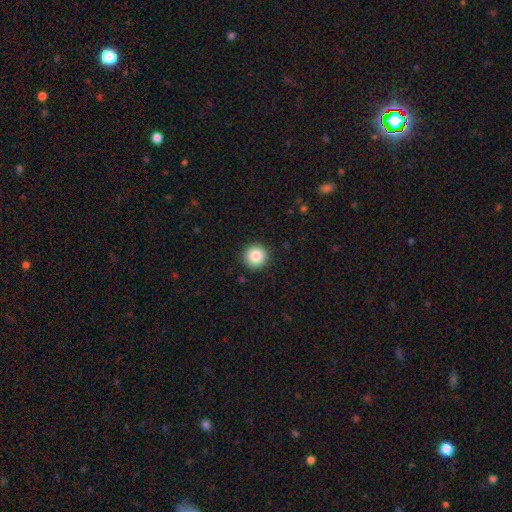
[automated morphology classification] type=smooth (86%); roundness=round (96%); merging=none (92%).